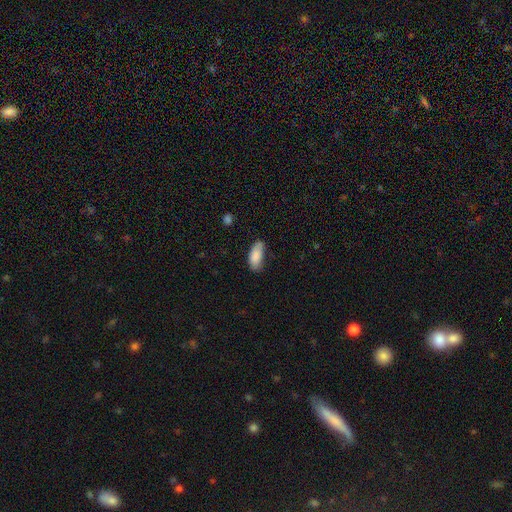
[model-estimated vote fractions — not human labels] Q: Smooth or featured?
A: smooth (87%); runner-up: featured or disk (7%)
Q: How rounded?
A: in between (87%); runner-up: cigar-shaped (11%)
Q: Merging?
A: none (62%); runner-up: minor disturbance (30%)